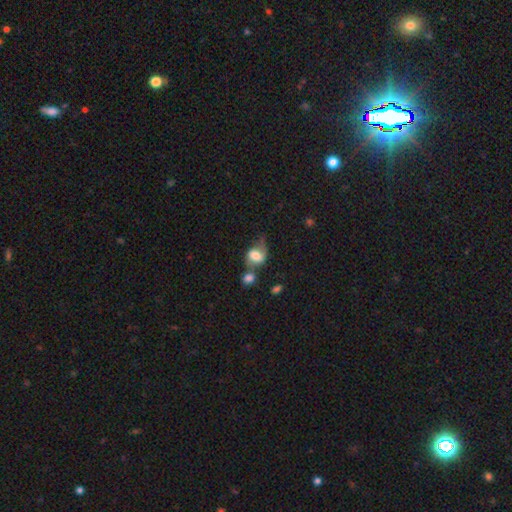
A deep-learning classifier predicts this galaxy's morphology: Overall: smooth (60%; featured or disk 31%). How rounded: in between (61%; round 37%). Merging: merger (31%; none 28%).